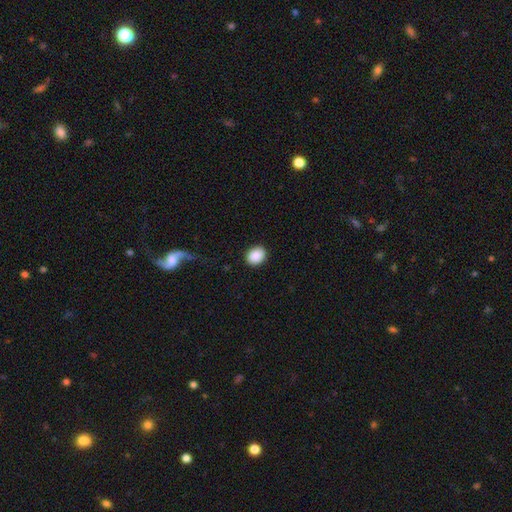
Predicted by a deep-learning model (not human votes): smooth_or_featured: smooth (p=0.89) [alt: star or artifact p=0.08]
how_rounded: round (p=0.50) [alt: in between p=0.49]
merging: none (p=0.88) [alt: minor disturbance p=0.08]